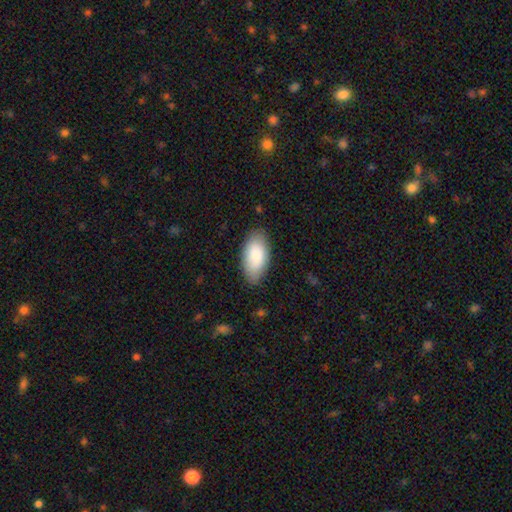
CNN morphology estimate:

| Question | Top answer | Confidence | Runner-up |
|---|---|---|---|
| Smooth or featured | smooth | 83% | featured or disk (11%) |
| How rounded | in between | 95% | round (3%) |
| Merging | none | 81% | minor disturbance (15%) |